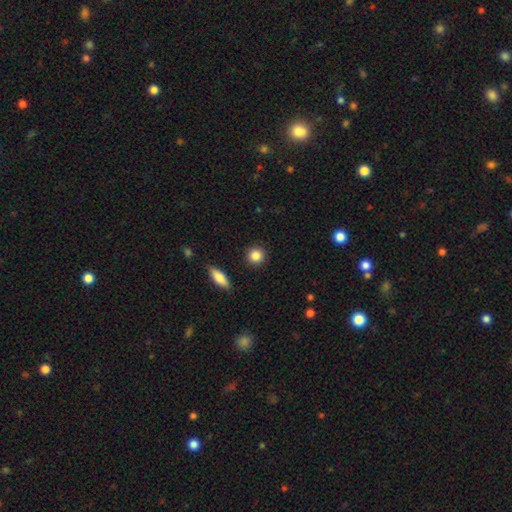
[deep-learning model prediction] smooth-or-featured: smooth: 87% | star or artifact: 9% | featured or disk: 5%
  how-rounded: round: 90% | in between: 9% | cigar-shaped: 2%
  merging: none: 90% | minor disturbance: 6% | major disturbance: 2% | merger: 2%